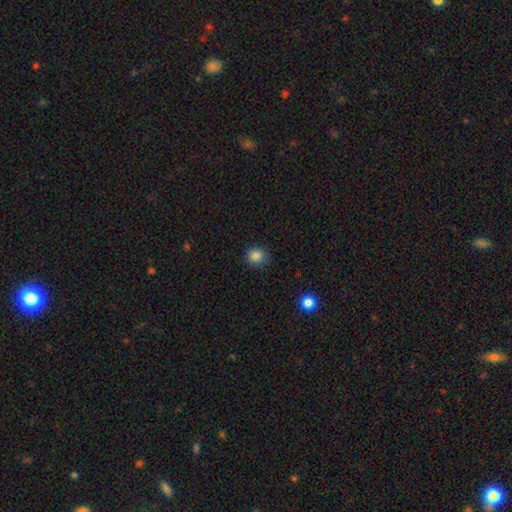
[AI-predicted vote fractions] Morphology: type=smooth (84%); roundness=round (86%); merging=none (84%).